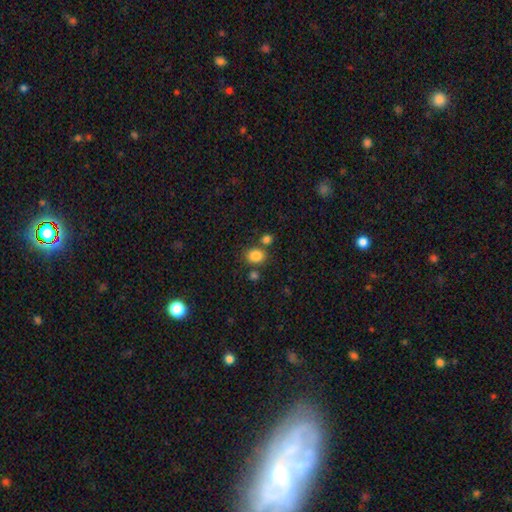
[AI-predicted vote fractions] Smooth or featured: smooth — 84% (star or artifact — 11%)
How rounded: round — 59% (in between — 40%)
Merging: none — 70% (merger — 16%)